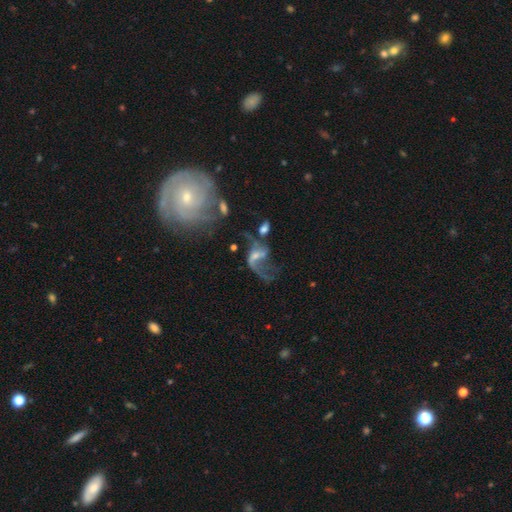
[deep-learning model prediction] Smooth or featured? Predicted: featured or disk (p=0.77). Edge-on disk? Predicted: no (p=0.96). Bar? Predicted: weak (p=0.43). Spiral arms? Predicted: yes (p=0.85). Spiral winding? Predicted: loose (p=0.81). Spiral arm count? Predicted: 2 (p=0.70). Bulge size? Predicted: small (p=0.52). Merging? Predicted: major disturbance (p=0.33, tied with none).